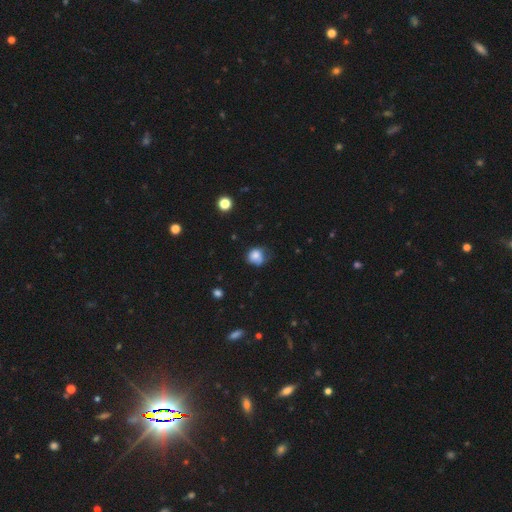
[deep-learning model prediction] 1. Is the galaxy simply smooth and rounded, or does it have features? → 80% smooth, 10% star or artifact, 9% featured or disk.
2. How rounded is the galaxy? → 80% round, 19% in between, 1% cigar-shaped.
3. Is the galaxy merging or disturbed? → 52% none, 34% minor disturbance, 12% major disturbance, 2% merger.